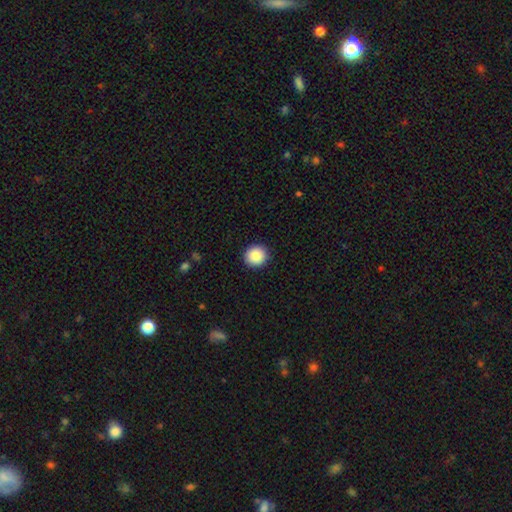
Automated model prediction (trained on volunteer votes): A smooth galaxy with no disk features (88%) that is round (91%).

Vote fractions:
- Smooth or featured? smooth: 88% / star or artifact: 8% / featured or disk: 4%
- How rounded? round: 91% / in between: 8% / cigar-shaped: 1%
- Merging? none: 92% / minor disturbance: 5% / major disturbance: 2% / merger: 1%